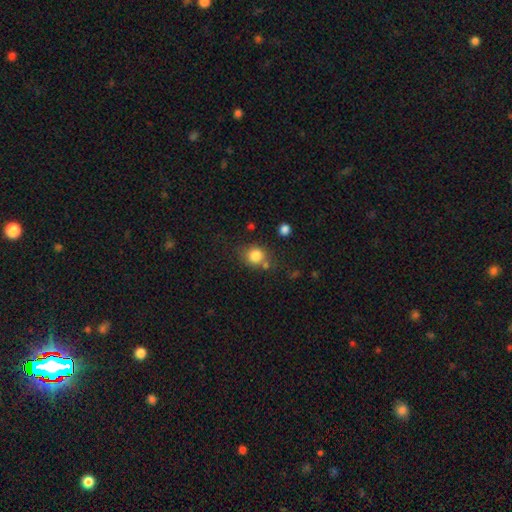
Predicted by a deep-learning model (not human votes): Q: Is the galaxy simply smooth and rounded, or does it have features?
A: smooth — 83%.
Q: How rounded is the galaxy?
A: round — 80%.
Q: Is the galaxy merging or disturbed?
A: none — 66%.